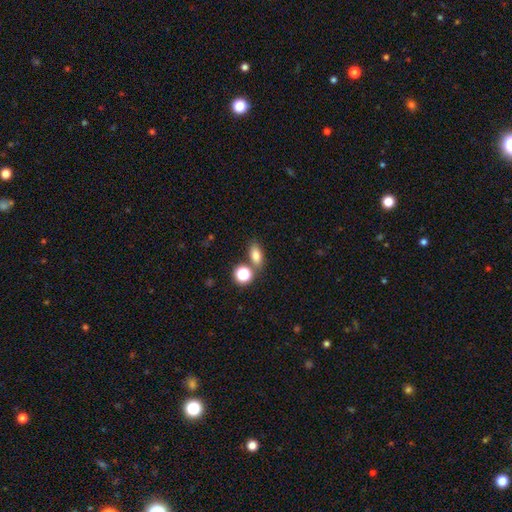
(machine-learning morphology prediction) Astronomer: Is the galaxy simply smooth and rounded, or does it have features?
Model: smooth — 80%.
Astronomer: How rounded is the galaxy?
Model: in between — 76%.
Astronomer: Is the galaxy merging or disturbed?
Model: none — 67%.